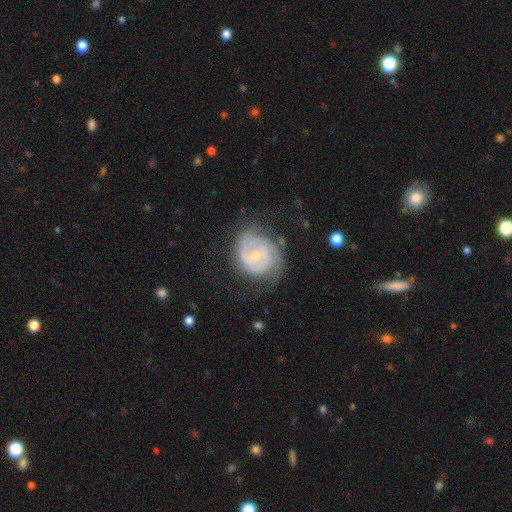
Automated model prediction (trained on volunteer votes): Overall: featured or disk (79%). Edge-on disk: no (98%). Bar: no (53%; weak 38%). Spiral arms: yes (88%). Spiral arm count: 2 (52%; can't tell 25%). Spiral winding: tight (54%; medium 34%). Bulge size: small (59%; moderate 37%). Merging: none (58%; minor disturbance 24%).